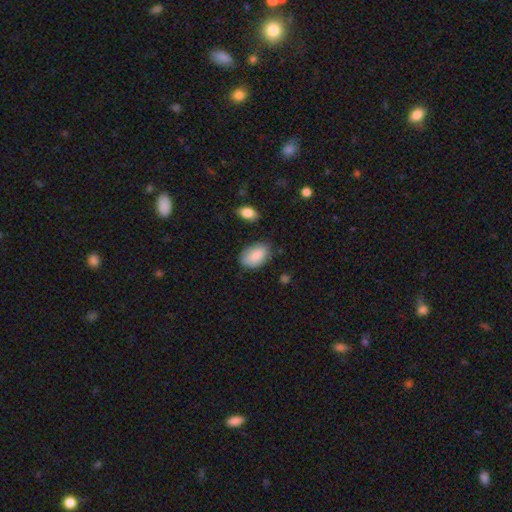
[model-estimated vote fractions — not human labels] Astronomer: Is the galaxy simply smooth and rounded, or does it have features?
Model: smooth — 86%.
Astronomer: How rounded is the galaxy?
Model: in between — 91%.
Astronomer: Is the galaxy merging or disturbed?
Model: none — 71%.